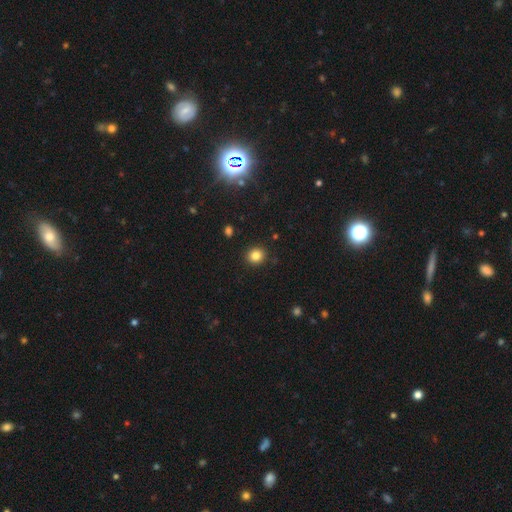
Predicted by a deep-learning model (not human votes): Q: Smooth or featured?
A: smooth (83%); runner-up: star or artifact (12%)
Q: How rounded?
A: round (82%); runner-up: in between (17%)
Q: Merging?
A: none (91%); runner-up: minor disturbance (6%)